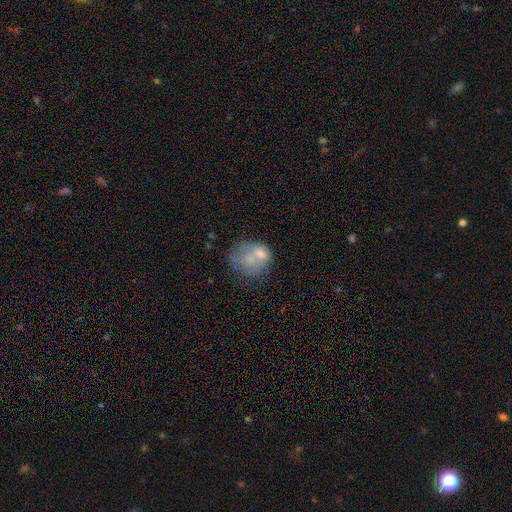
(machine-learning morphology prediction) smooth_or_featured: smooth (p=0.54) [alt: featured or disk p=0.36]
how_rounded: round (p=0.62) [alt: in between p=0.37]
merging: merger (p=0.41) [alt: none p=0.30]